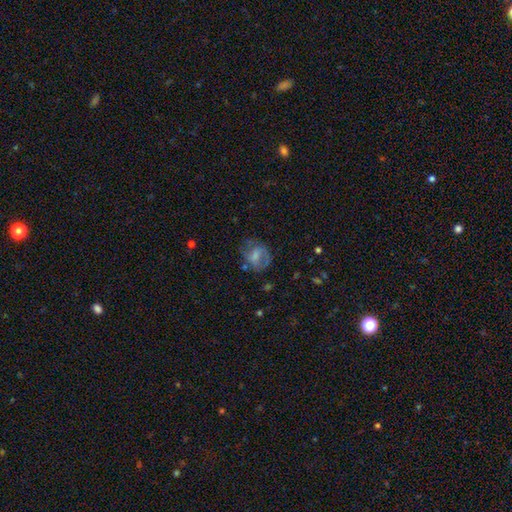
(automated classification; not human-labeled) Overall: smooth (47%; featured or disk 44%). Merging: none (54%; minor disturbance 25%).